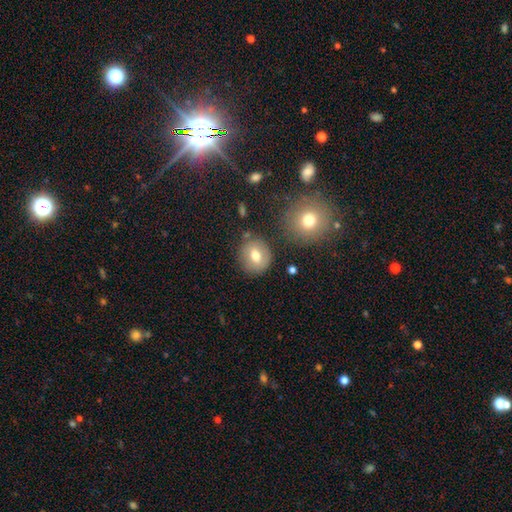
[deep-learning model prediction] Overall: smooth (69%). How rounded: round (79%). Merging: none (78%).